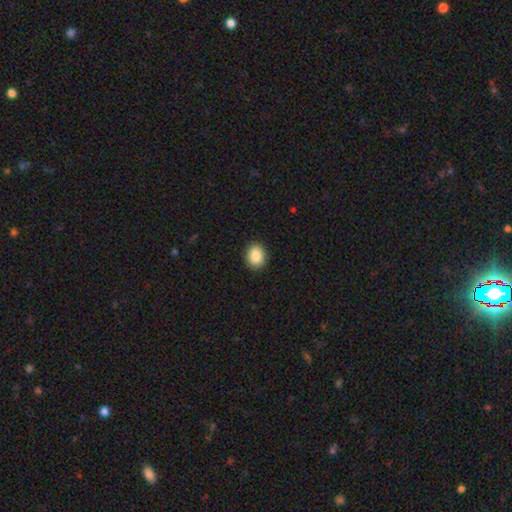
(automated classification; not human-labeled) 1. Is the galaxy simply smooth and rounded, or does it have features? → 87% smooth, 8% star or artifact, 4% featured or disk.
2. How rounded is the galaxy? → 62% round, 37% in between, 1% cigar-shaped.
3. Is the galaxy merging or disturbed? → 91% none, 6% minor disturbance, 2% major disturbance, 1% merger.